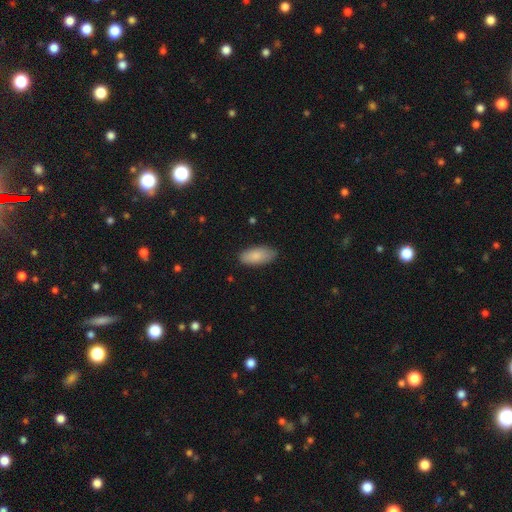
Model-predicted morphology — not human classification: smooth_or_featured: smooth (p=0.86) [alt: featured or disk p=0.08]
how_rounded: in between (p=0.90) [alt: cigar-shaped p=0.08]
merging: none (p=0.83) [alt: minor disturbance p=0.14]